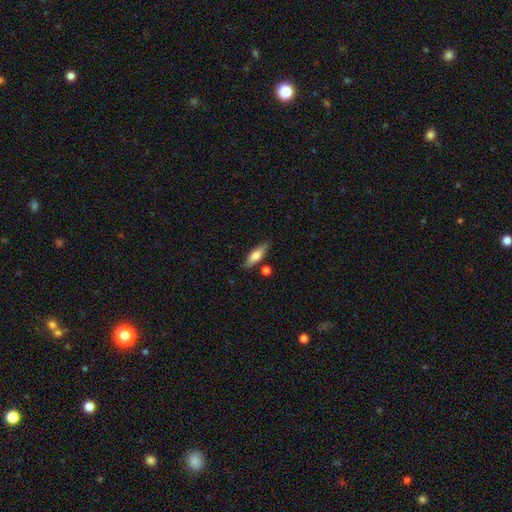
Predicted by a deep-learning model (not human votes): A smooth galaxy with no disk features (67%) that is in between round and cigar-shaped (54%). Merging: none (78%).